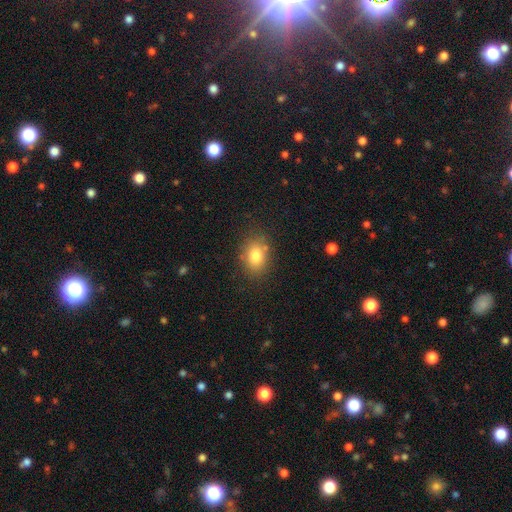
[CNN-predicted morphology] The model was most divided on "how rounded": in between: 63%, round: 36%, cigar-shaped: 1%. More confident: smooth or featured — smooth (80%); merging — none (78%).